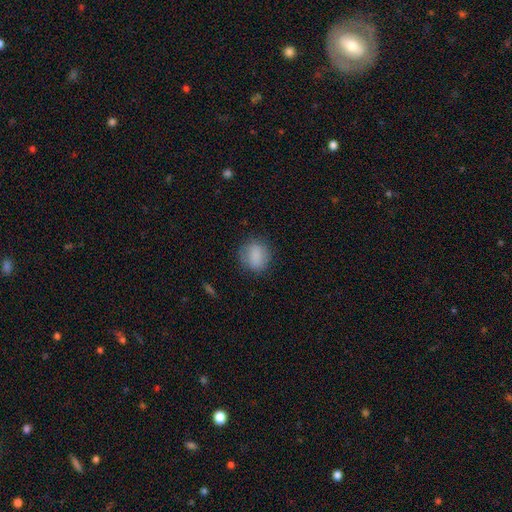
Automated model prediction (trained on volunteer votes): smooth-or-featured: smooth: 85% | star or artifact: 8% | featured or disk: 7%
  how-rounded: round: 52% | in between: 47% | cigar-shaped: 2%
  merging: none: 78% | minor disturbance: 16% | major disturbance: 5% | merger: 1%